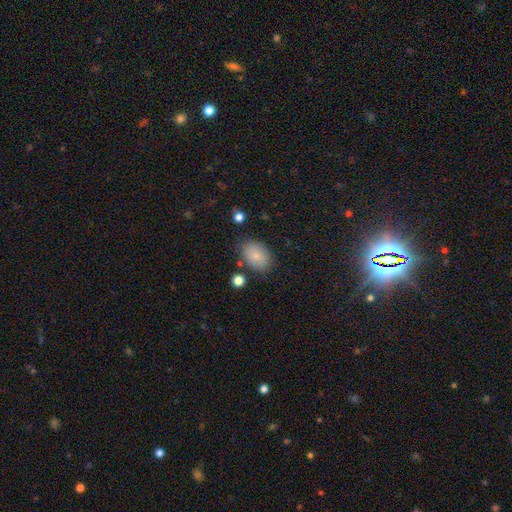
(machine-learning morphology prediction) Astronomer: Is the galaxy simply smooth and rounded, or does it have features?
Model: smooth — 82%.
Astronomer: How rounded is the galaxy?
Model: in between — 81%.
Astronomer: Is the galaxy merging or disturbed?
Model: none — 79%.